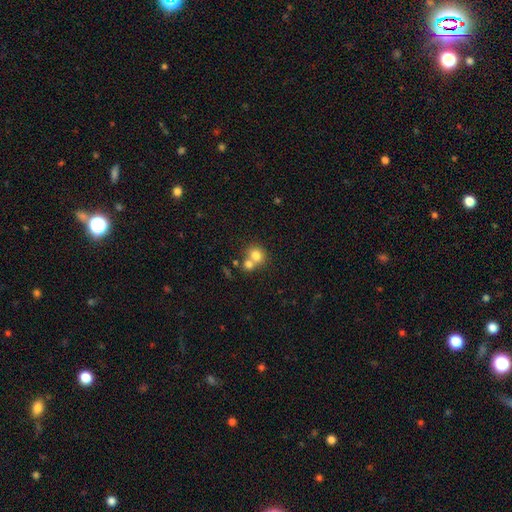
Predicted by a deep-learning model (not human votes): The model was most divided on "merging": merger: 50%, none: 41%, minor disturbance: 7%, major disturbance: 3%. More confident: how rounded — round (77%); smooth or featured — smooth (77%).